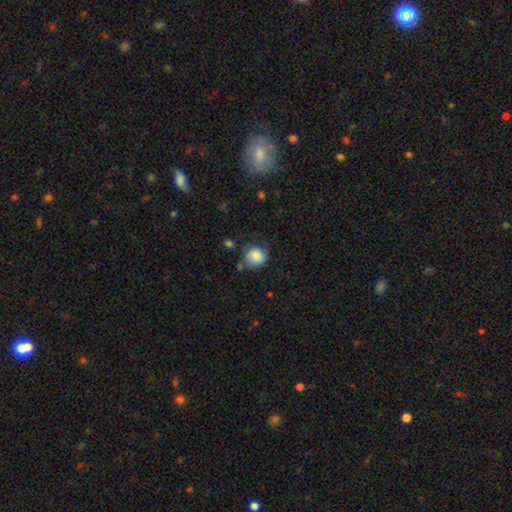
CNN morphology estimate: A smooth galaxy with no disk features (85%) that is round (81%).

Vote fractions:
- Smooth or featured? smooth: 85% / star or artifact: 8% / featured or disk: 7%
- How rounded? round: 81% / in between: 18% / cigar-shaped: 1%
- Merging? none: 59% / minor disturbance: 26% / major disturbance: 8% / merger: 6%